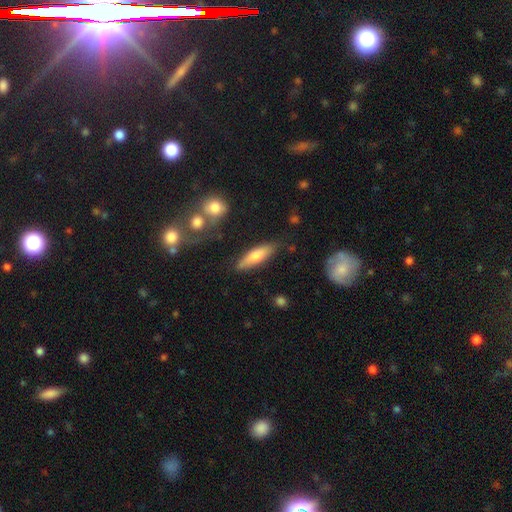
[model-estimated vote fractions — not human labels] Smooth or featured: smooth — 70% (featured or disk — 24%)
How rounded: cigar-shaped — 58% (in between — 40%)
Merging: none — 79% (minor disturbance — 14%)